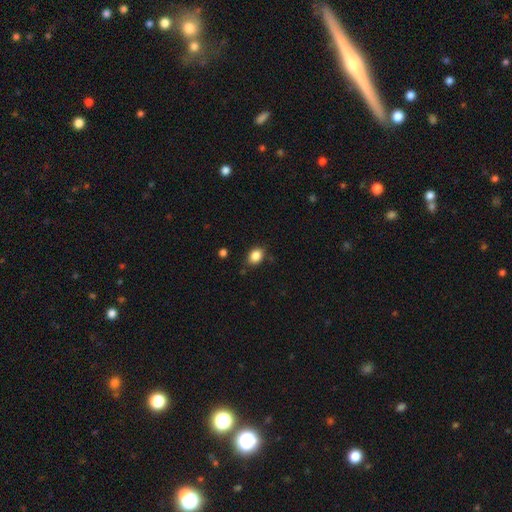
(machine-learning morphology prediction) type=smooth (86%); roundness=in between (64%); merging=none (82%).